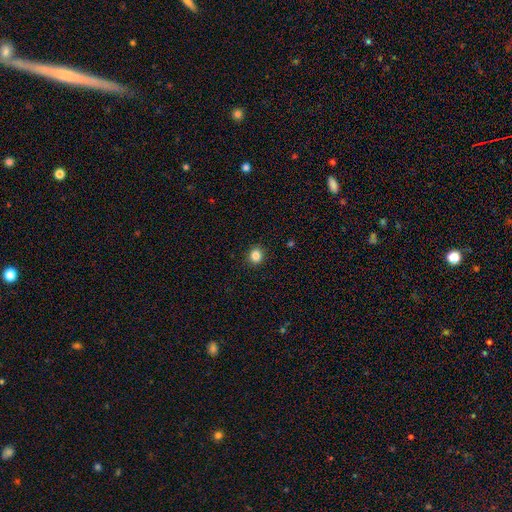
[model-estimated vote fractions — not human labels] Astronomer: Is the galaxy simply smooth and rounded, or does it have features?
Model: smooth — 85%.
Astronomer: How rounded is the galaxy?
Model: round — 84%.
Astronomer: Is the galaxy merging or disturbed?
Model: none — 92%.